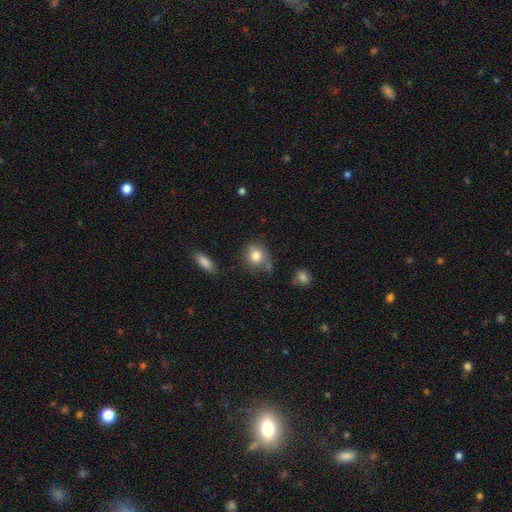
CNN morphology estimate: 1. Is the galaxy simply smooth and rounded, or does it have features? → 80% smooth, 11% featured or disk, 9% star or artifact.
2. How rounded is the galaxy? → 71% round, 27% in between, 1% cigar-shaped.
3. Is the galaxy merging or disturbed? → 59% none, 26% minor disturbance, 8% merger, 8% major disturbance.